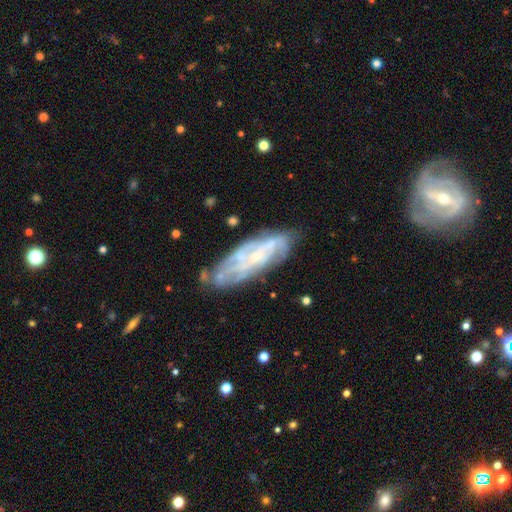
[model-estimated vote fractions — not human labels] Smooth or featured: featured or disk — 76% (smooth — 17%)
Edge-on disk: no — 83% (yes — 17%)
Bar: no — 63% (weak — 28%)
Spiral arms: yes — 78% (no — 22%)
Bulge size: small — 73% (moderate — 17%)
Merging: none — 67% (minor disturbance — 21%)